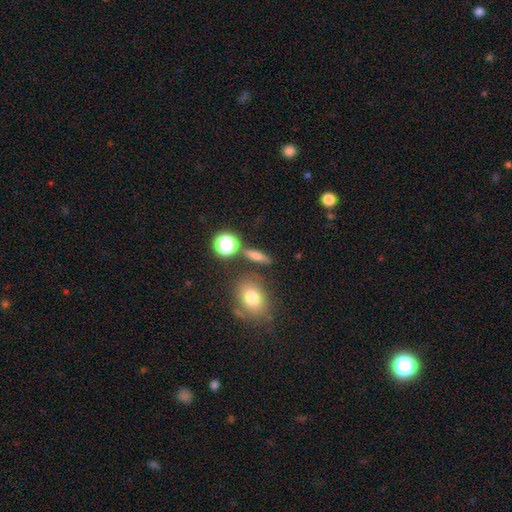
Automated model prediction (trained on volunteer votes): Smooth or featured?
  - smooth: 64% *
  - featured or disk: 18%
  - star or artifact: 18%
How rounded?
  - cigar-shaped: 46% *
  - in between: 32%
  - round: 21%
Merging?
  - none: 79% *
  - minor disturbance: 10%
  - merger: 7%
  - major disturbance: 4%